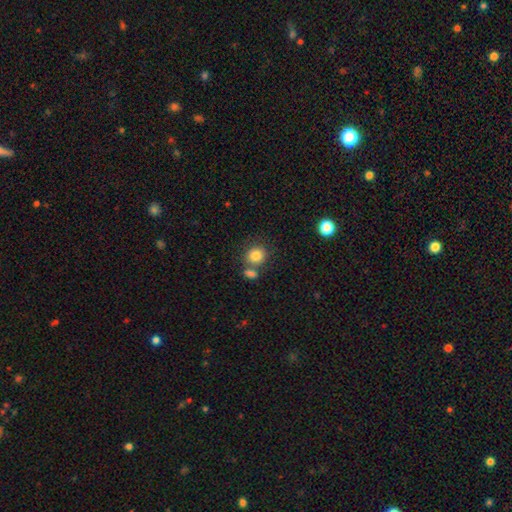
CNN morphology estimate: smooth 83%, star or artifact 9%, featured or disk 7%. Down the decision tree: how rounded — round (78%); merging — none (59%).